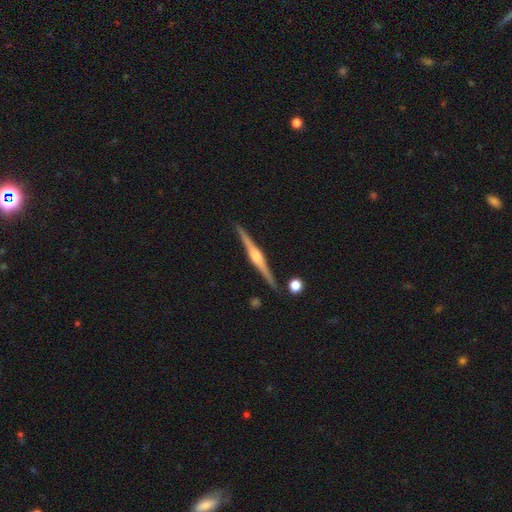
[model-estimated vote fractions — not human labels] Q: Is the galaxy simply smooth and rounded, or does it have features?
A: featured or disk — 87%.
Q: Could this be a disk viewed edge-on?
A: yes — 99%.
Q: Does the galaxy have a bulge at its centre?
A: rounded — 85%.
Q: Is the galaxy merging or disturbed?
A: none — 91%.